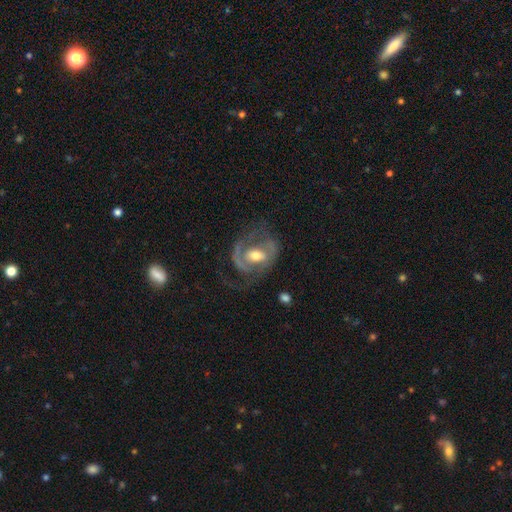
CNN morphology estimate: Q: Smooth or featured?
A: featured or disk (82%); runner-up: smooth (13%)
Q: Edge-on disk?
A: no (97%); runner-up: yes (3%)
Q: Bar?
A: no (47%); runner-up: weak (38%)
Q: Spiral arms?
A: yes (87%); runner-up: no (13%)
Q: Spiral winding?
A: medium (46%); runner-up: tight (33%)
Q: Spiral arm count?
A: 2 (60%); runner-up: 1 (19%)
Q: Bulge size?
A: moderate (72%); runner-up: small (14%)
Q: Merging?
A: none (51%); runner-up: major disturbance (27%)